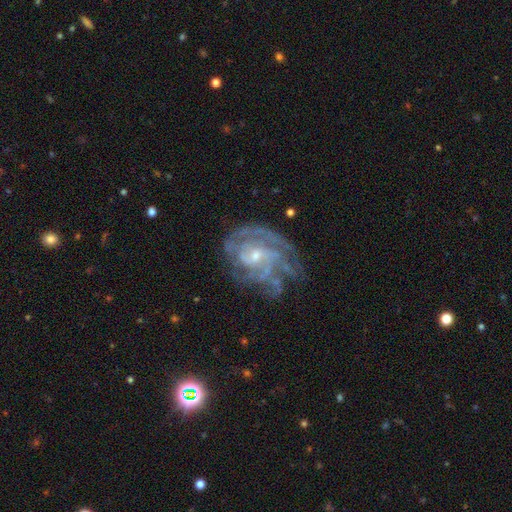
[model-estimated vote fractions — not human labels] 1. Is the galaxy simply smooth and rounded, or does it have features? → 85% featured or disk, 8% star or artifact, 7% smooth.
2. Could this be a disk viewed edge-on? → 97% no, 3% yes.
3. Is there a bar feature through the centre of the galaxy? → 55% no, 37% weak, 8% strong.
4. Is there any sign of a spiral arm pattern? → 91% yes, 9% no.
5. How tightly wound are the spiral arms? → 58% tight, 33% medium, 9% loose.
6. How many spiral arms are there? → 35% can't tell, 20% 3, 18% 4, 13% 2, 7% more than 4, 6% 1.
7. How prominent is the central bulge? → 62% small, 33% moderate, 3% none, 2% large, 1% dominant.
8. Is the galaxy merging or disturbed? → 55% none, 22% minor disturbance, 20% major disturbance, 3% merger.